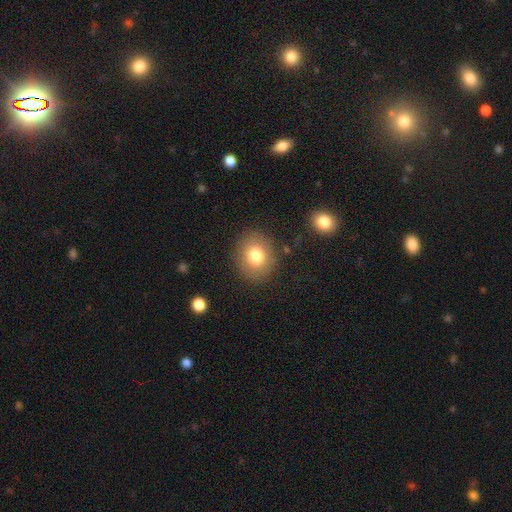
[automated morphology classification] smooth_or_featured: smooth (p=0.78) [alt: featured or disk p=0.11]
how_rounded: round (p=0.65) [alt: in between p=0.34]
merging: none (p=0.85) [alt: minor disturbance p=0.10]